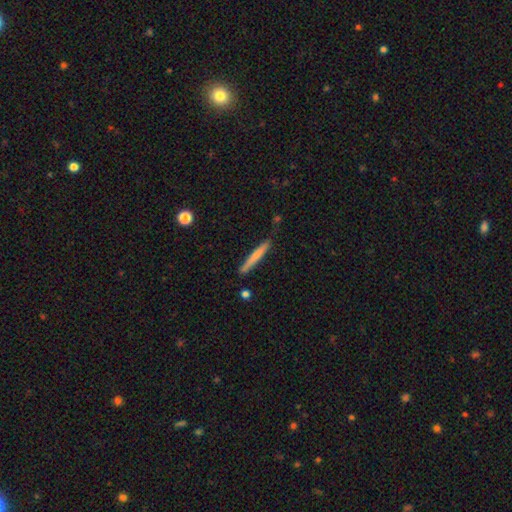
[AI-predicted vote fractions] A smooth galaxy with no disk features (66%) that is cigar-shaped (96%). Merging: none (83%).